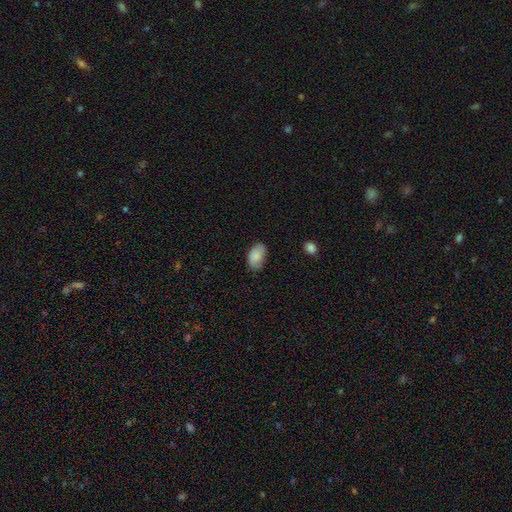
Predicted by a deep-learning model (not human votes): Smooth or featured? smooth (86%)
How rounded? in between (93%)
Merging? none (78%)